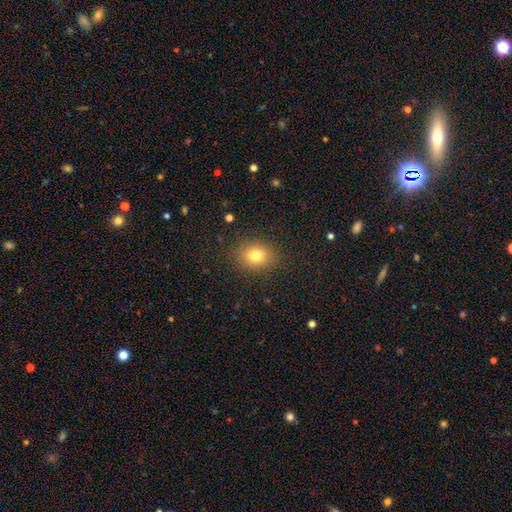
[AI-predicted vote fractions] Smooth or featured? Predicted: smooth (p=0.79). How rounded? Predicted: in between (p=0.51). Merging? Predicted: none (p=0.87).